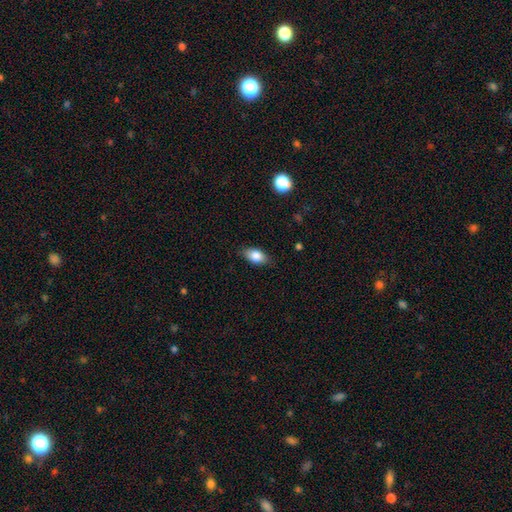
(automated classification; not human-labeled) Smooth or featured?
  - smooth: 84% *
  - featured or disk: 9%
  - star or artifact: 7%
How rounded?
  - in between: 88% *
  - round: 7%
  - cigar-shaped: 4%
Merging?
  - none: 83% *
  - minor disturbance: 14%
  - major disturbance: 3%
  - merger: 1%